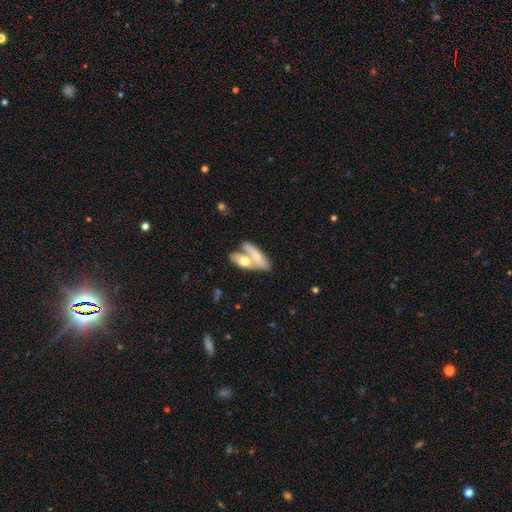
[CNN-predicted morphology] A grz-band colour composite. It shows a smooth galaxy with no disk features (62%) that is in between round and cigar-shaped (58%). Merging: merger (56%).